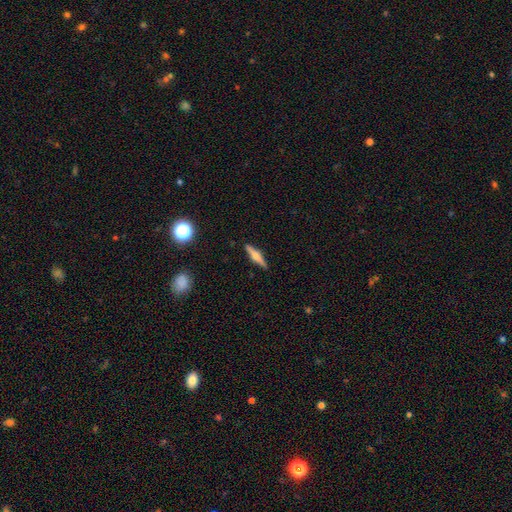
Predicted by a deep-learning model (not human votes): smooth-or-featured: featured or disk: 58% | smooth: 34% | star or artifact: 7%
  disk-edge-on: yes: 97% | no: 3%
    edge-on-bulge: rounded: 83% | boxy: 12% | none: 5%
  merging: none: 90% | minor disturbance: 7% | major disturbance: 2% | merger: 1%